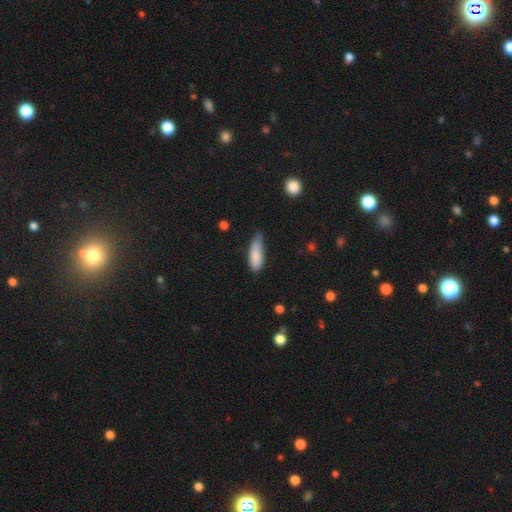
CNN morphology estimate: smooth-or-featured: smooth: 86% | featured or disk: 7% | star or artifact: 6%
  how-rounded: in between: 56% | cigar-shaped: 42% | round: 2%
  merging: none: 49% | minor disturbance: 41% | major disturbance: 8% | merger: 2%